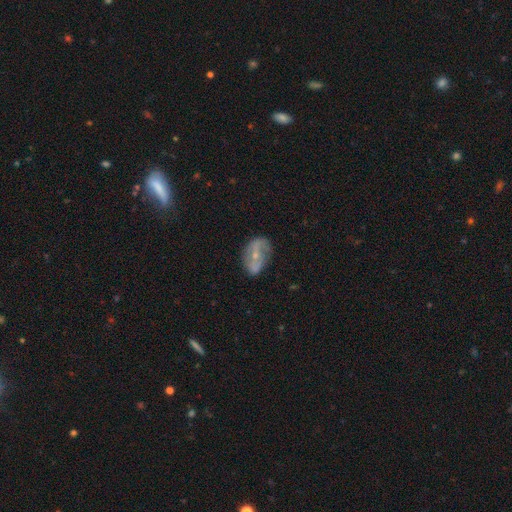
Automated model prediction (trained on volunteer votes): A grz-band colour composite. It shows a featured or disk galaxy (66%) with a weak bar (38%), spiral arms (73%) and a small central bulge (61%). Merging: none (65%).